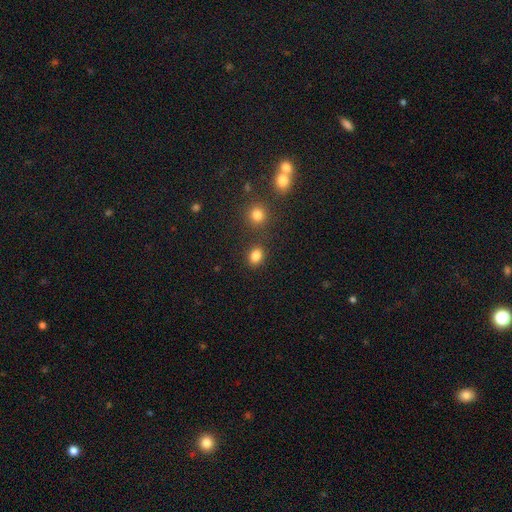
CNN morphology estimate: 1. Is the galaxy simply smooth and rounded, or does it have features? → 83% smooth, 12% star or artifact, 5% featured or disk.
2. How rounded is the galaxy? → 54% in between, 45% round, 1% cigar-shaped.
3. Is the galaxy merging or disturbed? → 80% none, 10% minor disturbance, 7% merger, 3% major disturbance.